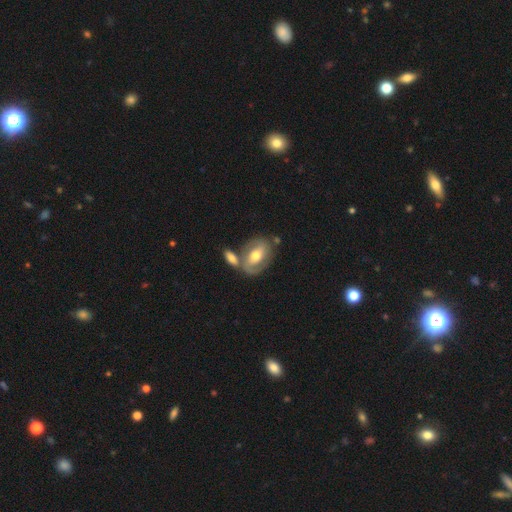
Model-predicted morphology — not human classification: Smooth or featured? featured or disk (64%)
Edge-on disk? no (93%)
Bar? weak (38%)
Spiral arms? yes (73%)
Bulge size? moderate (72%)
Merging? none (52%)